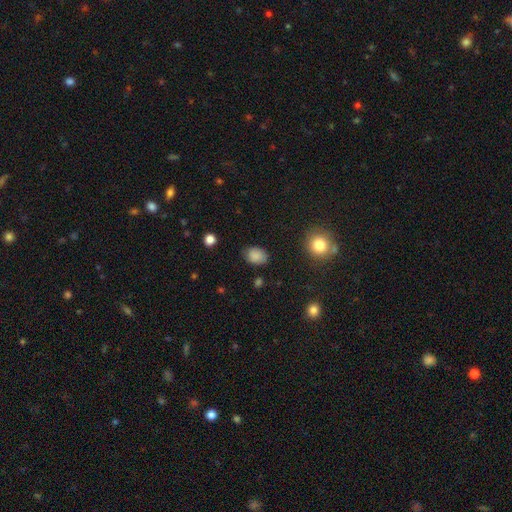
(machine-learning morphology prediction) smooth 85%, star or artifact 9%, featured or disk 6%. Down the decision tree: how rounded — in between (72%); merging — none (78%).